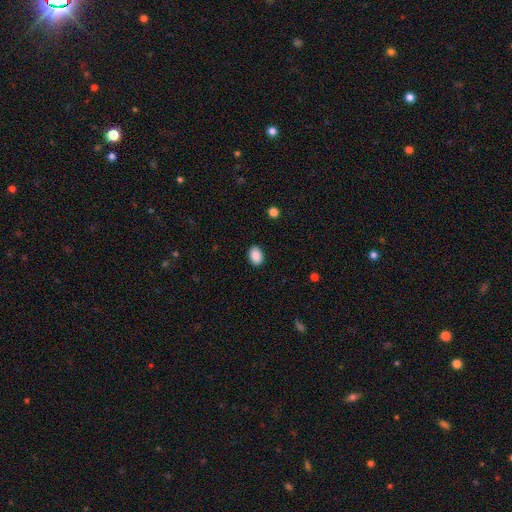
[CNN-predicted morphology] The model was most divided on "how rounded": in between: 75%, round: 24%, cigar-shaped: 1%. More confident: merging — none (89%); smooth or featured — smooth (89%).